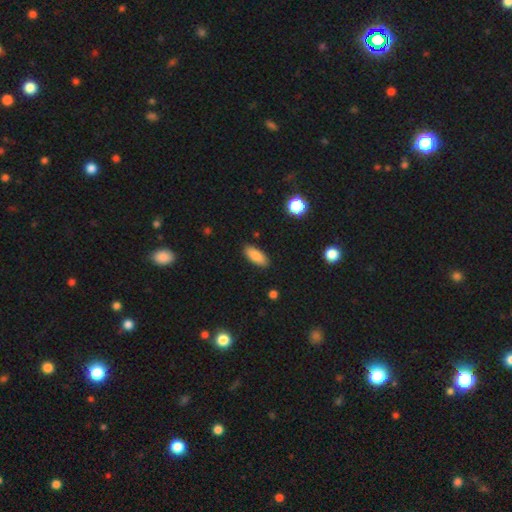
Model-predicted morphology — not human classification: type=smooth (86%); roundness=in between (82%); merging=none (88%).